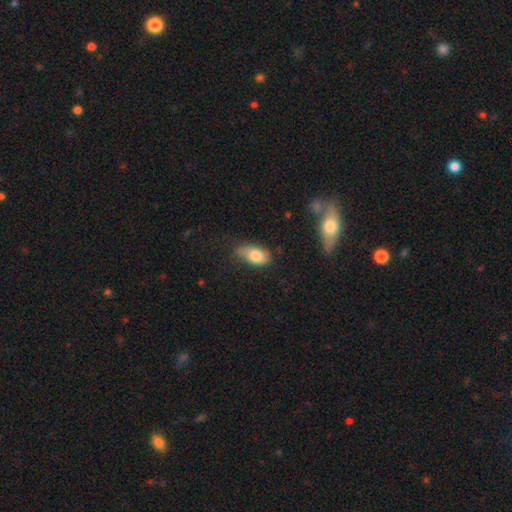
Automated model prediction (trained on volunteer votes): A smooth galaxy with no disk features (79%) that is in between round and cigar-shaped (90%).

Vote fractions:
- Smooth or featured? smooth: 79% / featured or disk: 14% / star or artifact: 7%
- How rounded? in between: 90% / round: 6% / cigar-shaped: 4%
- Merging? none: 46% / minor disturbance: 38% / major disturbance: 12% / merger: 3%